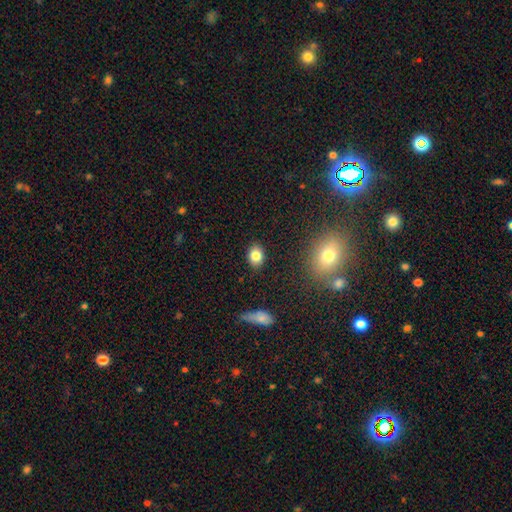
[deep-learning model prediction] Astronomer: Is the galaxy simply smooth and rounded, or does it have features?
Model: smooth — 83%.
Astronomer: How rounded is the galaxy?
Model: in between — 62% (runner-up: round, 37%).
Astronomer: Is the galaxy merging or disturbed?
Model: none — 87%.